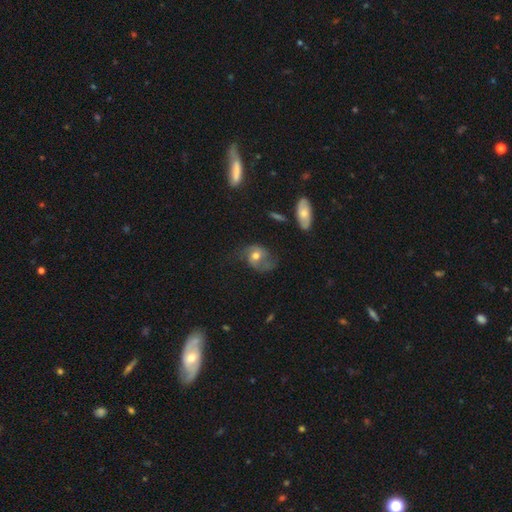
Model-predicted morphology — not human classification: A featured or disk galaxy (62%) with no bar (62%), spiral arms (83%) and a moderate central bulge (70%). Merging: none (49%).